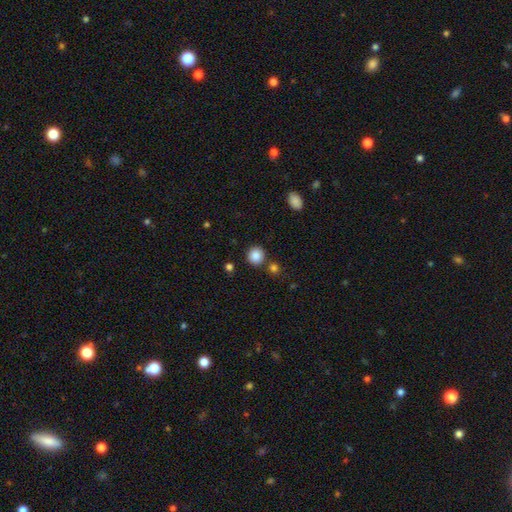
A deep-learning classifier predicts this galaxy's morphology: The model was most divided on "merging": none: 81%, merger: 8%, minor disturbance: 8%, major disturbance: 3%. More confident: how rounded — round (91%); smooth or featured — smooth (87%).